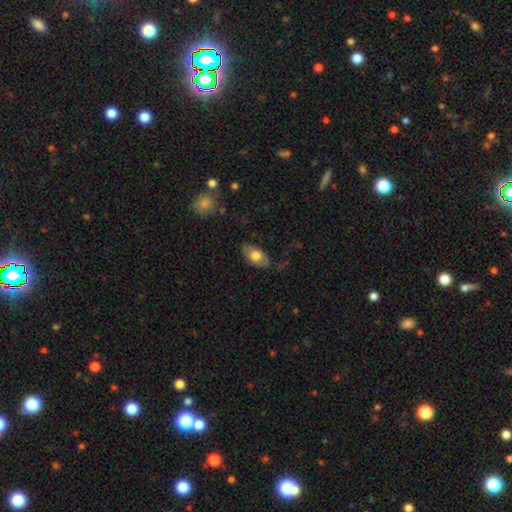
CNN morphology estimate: Smooth or featured? smooth (70%)
How rounded? in between (91%)
Merging? none (75%)